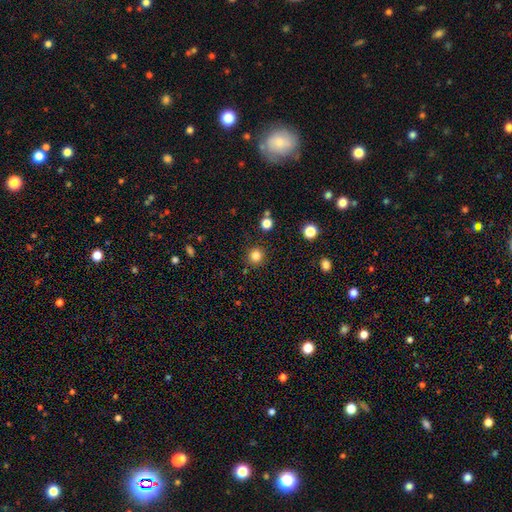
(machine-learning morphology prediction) smooth-or-featured: smooth: 83% | star or artifact: 13% | featured or disk: 5%
  how-rounded: round: 93% | in between: 6% | cigar-shaped: 1%
  merging: none: 89% | minor disturbance: 6% | merger: 2% | major disturbance: 2%